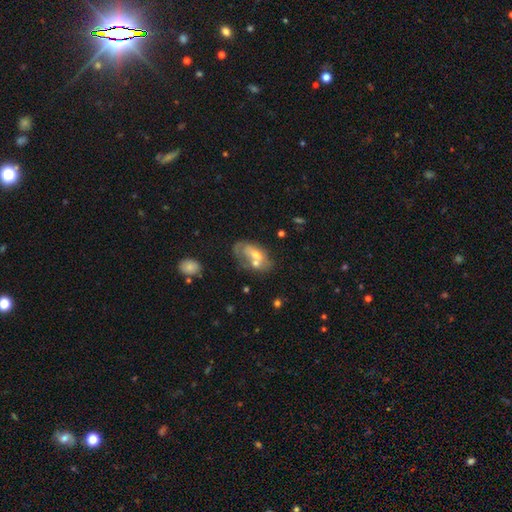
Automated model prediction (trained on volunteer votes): The model was most divided on "smooth or featured": featured or disk: 49%, smooth: 42%, star or artifact: 9%. Remaining: merging — merger (42%).